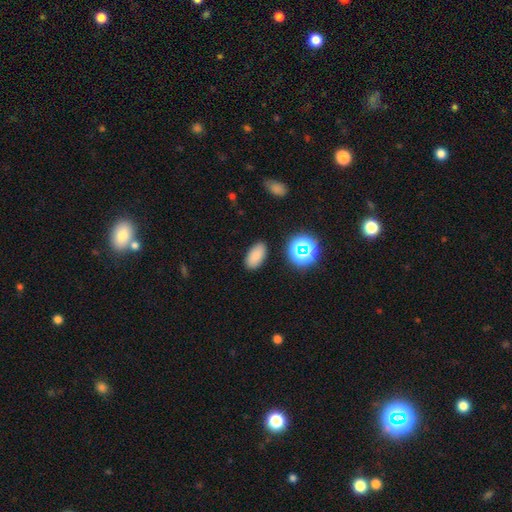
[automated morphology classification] This is clearly a smooth galaxy (81%). How rounded: clearly in between (92%). Merging: clearly none (86%).